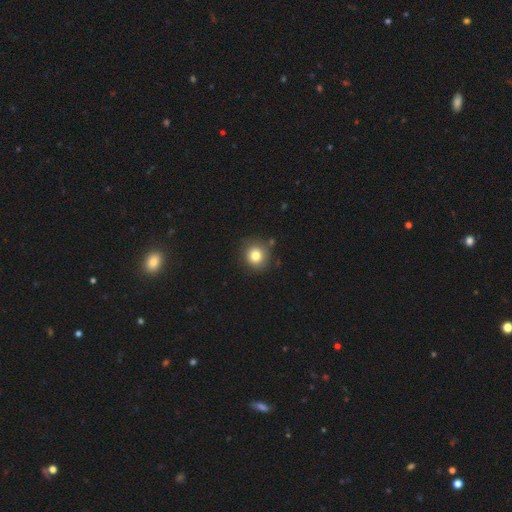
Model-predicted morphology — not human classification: smooth 80%, star or artifact 11%, featured or disk 9%. Down the decision tree: how rounded — round (89%); merging — none (82%).